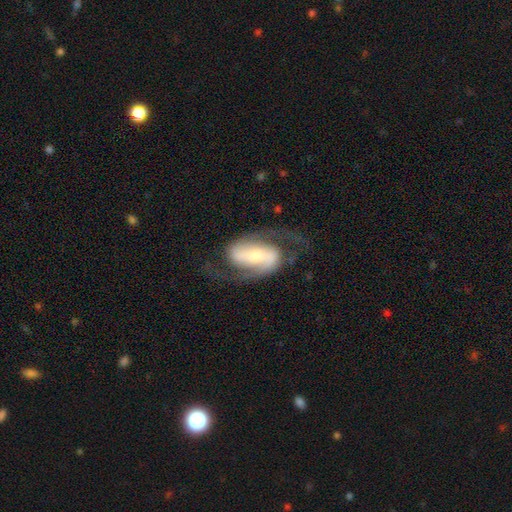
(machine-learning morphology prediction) Smooth or featured? featured or disk (87%)
Edge-on disk? no (96%)
Bar? strong (50%)
Spiral arms? yes (96%)
Spiral winding? medium (52%)
Spiral arm count? 2 (92%)
Bulge size? moderate (45%)
Merging? none (71%)